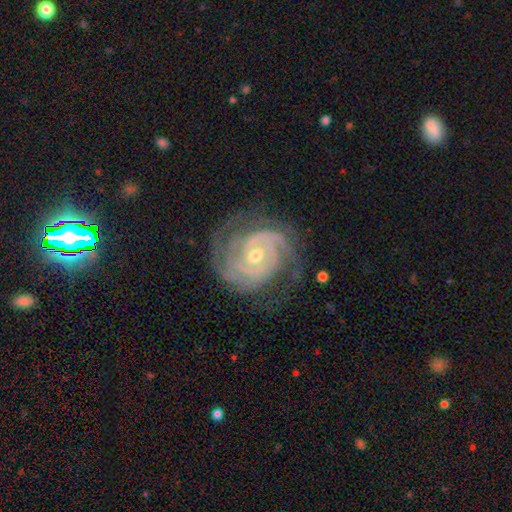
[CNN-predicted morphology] This appears to be a featured or disk galaxy (91%) with no bar (60%), 2 (33%) tight (73%) spiral arms (98%) and a moderate central bulge (56%). Merging: none (73%).